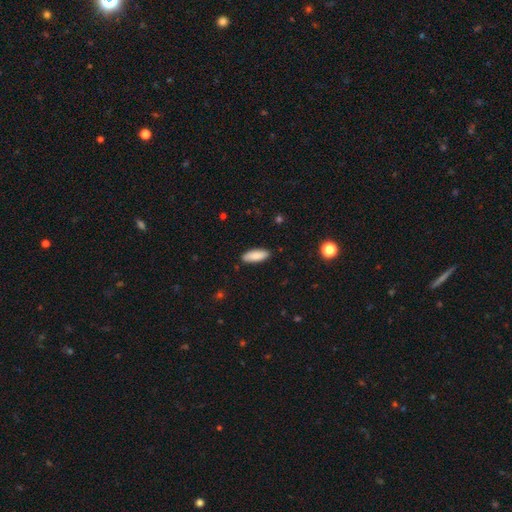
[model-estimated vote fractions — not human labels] Q: Smooth or featured?
A: smooth (88%); runner-up: featured or disk (6%)
Q: How rounded?
A: in between (69%); runner-up: cigar-shaped (29%)
Q: Merging?
A: none (89%); runner-up: minor disturbance (8%)